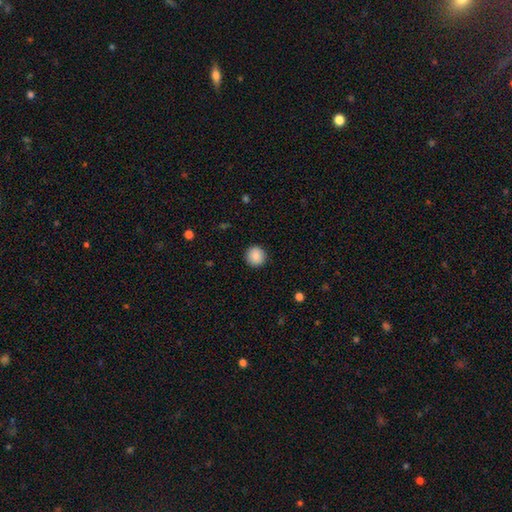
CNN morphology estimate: Q: Smooth or featured?
A: smooth (86%); runner-up: star or artifact (8%)
Q: How rounded?
A: round (94%); runner-up: in between (5%)
Q: Merging?
A: none (92%); runner-up: minor disturbance (5%)